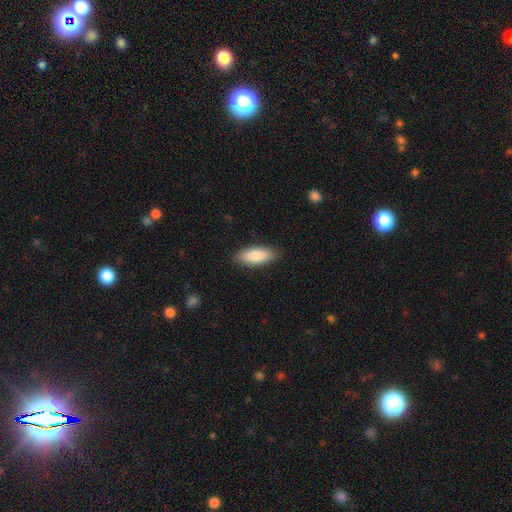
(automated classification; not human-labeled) Smooth or featured? smooth (85%)
How rounded? in between (79%)
Merging? none (88%)